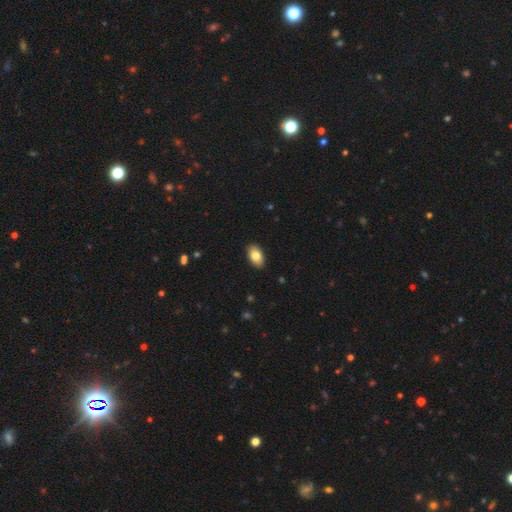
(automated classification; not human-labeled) Q: Smooth or featured?
A: smooth (82%); runner-up: featured or disk (11%)
Q: How rounded?
A: in between (93%); runner-up: round (5%)
Q: Merging?
A: none (89%); runner-up: minor disturbance (8%)